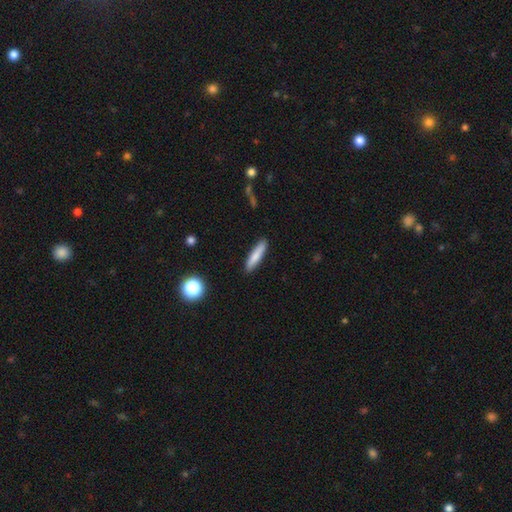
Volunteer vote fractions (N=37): A smooth galaxy with no disk features (84%) that is cigar-shaped (94%). Merging: none (92%).